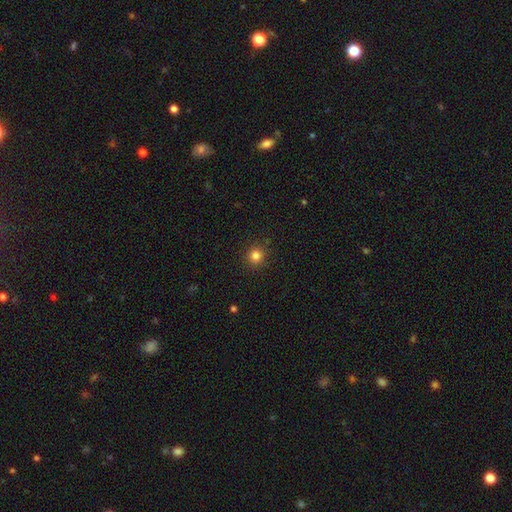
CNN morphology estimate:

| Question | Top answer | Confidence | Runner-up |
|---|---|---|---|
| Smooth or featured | smooth | 82% | star or artifact (13%) |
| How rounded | round | 92% | in between (7%) |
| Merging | none | 90% | minor disturbance (7%) |